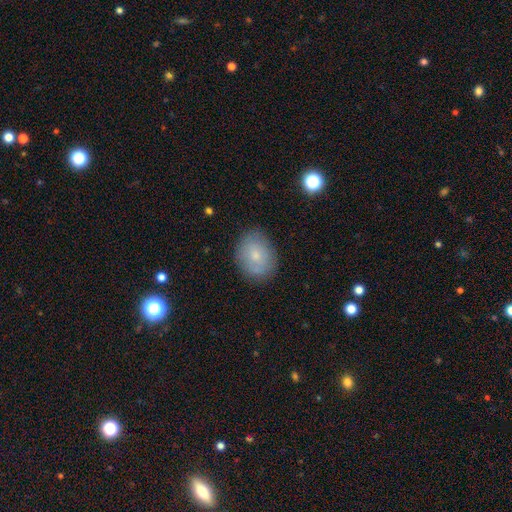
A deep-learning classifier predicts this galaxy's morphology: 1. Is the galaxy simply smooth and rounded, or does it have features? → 71% smooth, 20% featured or disk, 9% star or artifact.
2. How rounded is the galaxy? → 56% in between, 43% round, 1% cigar-shaped.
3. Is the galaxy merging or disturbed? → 80% none, 14% minor disturbance, 4% major disturbance, 2% merger.